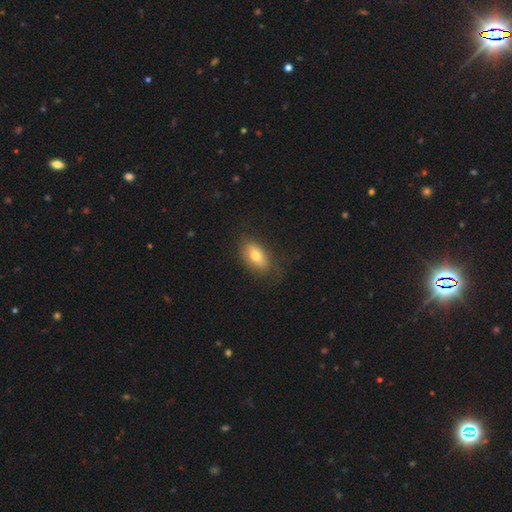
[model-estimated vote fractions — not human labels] A smooth galaxy with no disk features (71%) that is in between round and cigar-shaped (88%).

Vote fractions:
- Smooth or featured? smooth: 71% / featured or disk: 21% / star or artifact: 9%
- How rounded? in between: 88% / round: 7% / cigar-shaped: 5%
- Merging? none: 73% / minor disturbance: 19% / major disturbance: 7% / merger: 1%